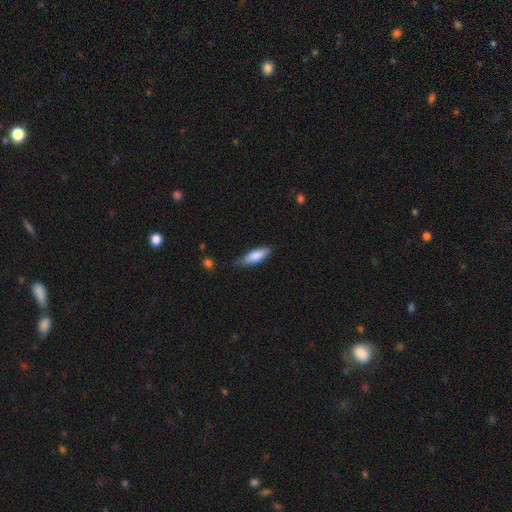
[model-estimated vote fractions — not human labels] Overall: smooth (78%). How rounded: in between (52%; cigar-shaped 46%). Merging: none (70%).